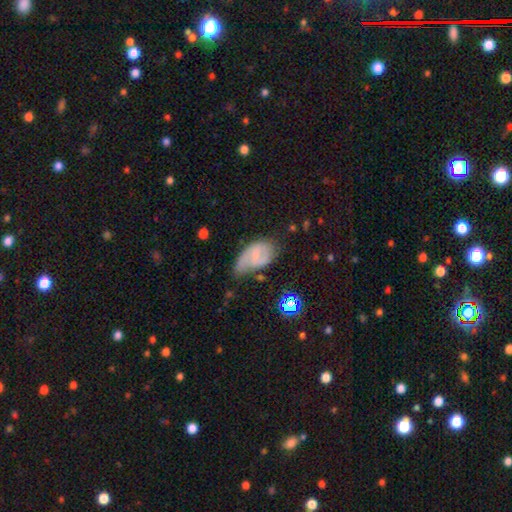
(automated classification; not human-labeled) The model was most divided on "merging" (2-way tie): minor disturbance: 38%, none: 38%, major disturbance: 19%, merger: 5%. Remaining: edge-on disk — no (95%); spiral arms — yes (75%); bulge size — small (55%); smooth or featured — featured or disk (53%); bar — weak (50%).